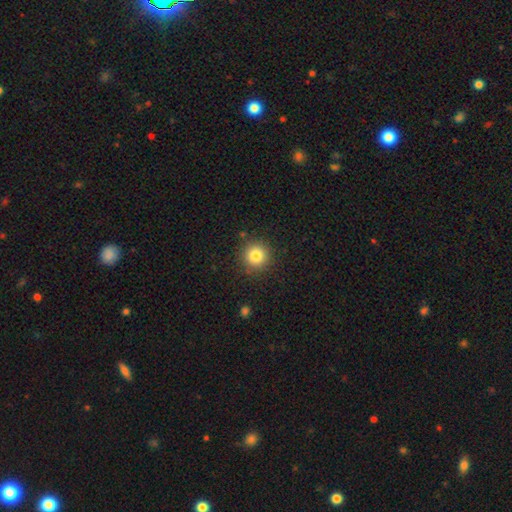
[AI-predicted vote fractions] smooth-or-featured: smooth: 82% | star or artifact: 11% | featured or disk: 7%
  how-rounded: round: 95% | in between: 4% | cigar-shaped: 1%
  merging: none: 89% | minor disturbance: 7% | major disturbance: 2% | merger: 2%